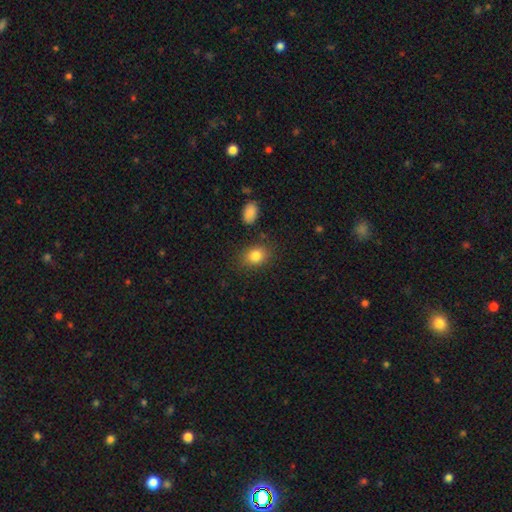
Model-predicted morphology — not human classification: This is clearly a smooth galaxy (84%). How rounded: possibly in between (56%). Merging: clearly none (81%).